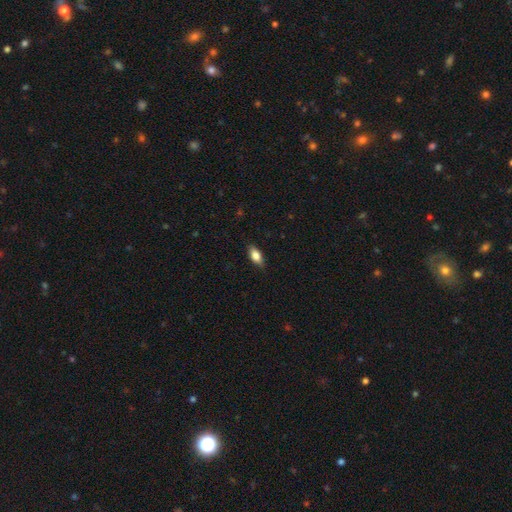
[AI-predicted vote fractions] Smooth or featured? Predicted: smooth (p=0.81). How rounded? Predicted: in between (p=0.85). Merging? Predicted: none (p=0.86).